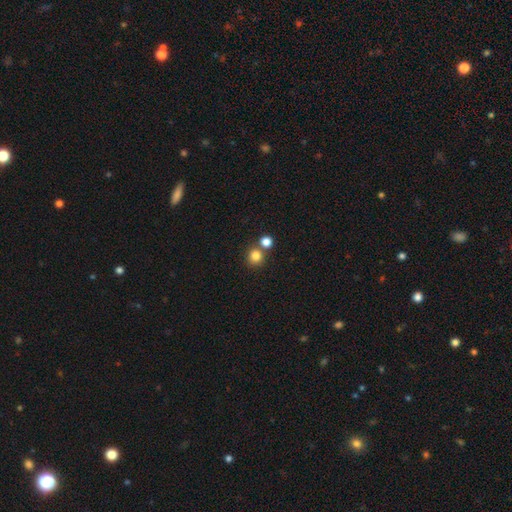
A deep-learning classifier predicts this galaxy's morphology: Smooth or featured? Predicted: smooth (p=0.81). How rounded? Predicted: round (p=0.90). Merging? Predicted: none (p=0.65).